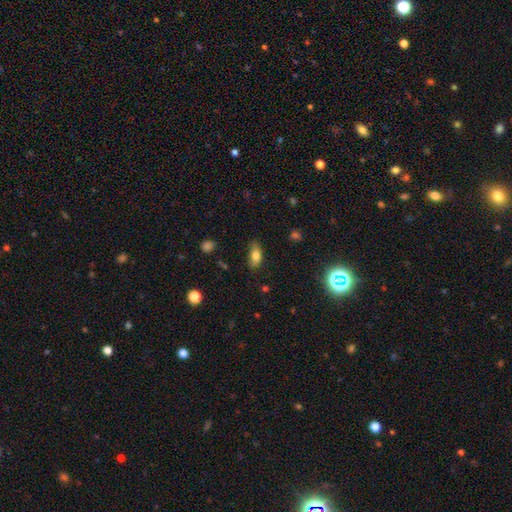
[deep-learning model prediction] Smooth or featured? Predicted: smooth (p=0.80). How rounded? Predicted: in between (p=0.85). Merging? Predicted: none (p=0.66).